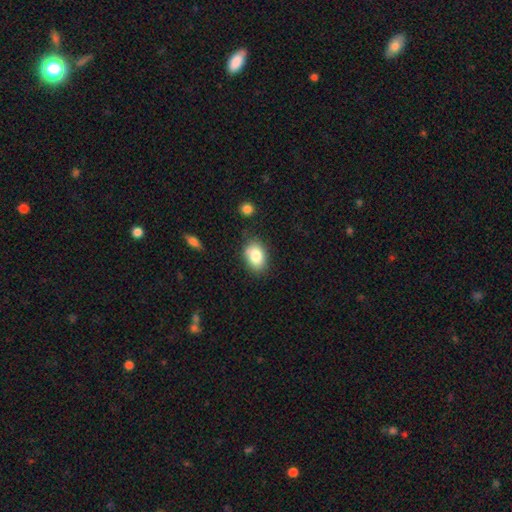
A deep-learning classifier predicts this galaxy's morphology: Q: Smooth or featured?
A: smooth (83%); runner-up: featured or disk (9%)
Q: How rounded?
A: in between (78%); runner-up: round (21%)
Q: Merging?
A: none (78%); runner-up: minor disturbance (16%)